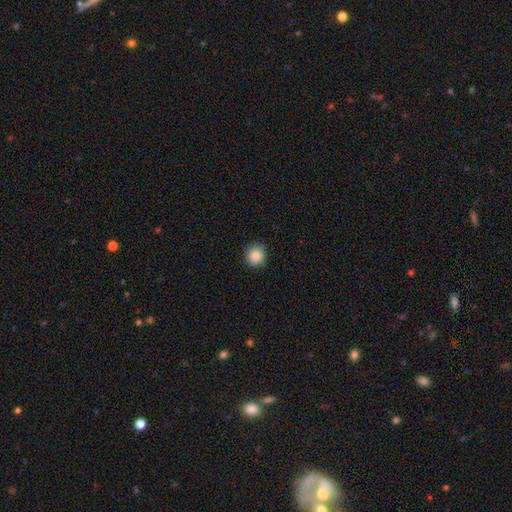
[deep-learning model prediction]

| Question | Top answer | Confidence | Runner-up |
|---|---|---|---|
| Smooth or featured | smooth | 87% | star or artifact (9%) |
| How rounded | round | 87% | in between (12%) |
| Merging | none | 86% | minor disturbance (11%) |